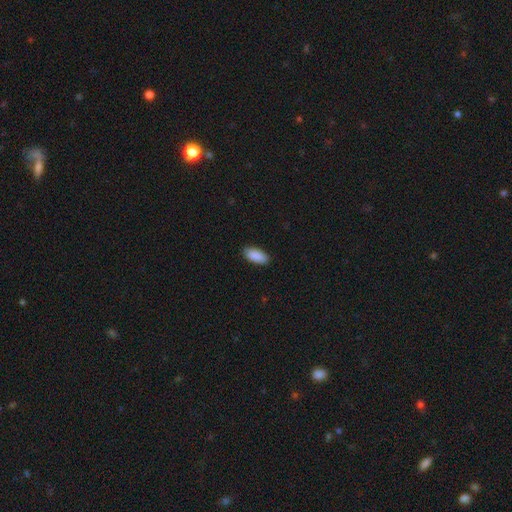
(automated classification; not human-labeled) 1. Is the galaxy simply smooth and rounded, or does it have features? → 91% smooth, 6% star or artifact, 3% featured or disk.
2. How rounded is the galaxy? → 91% in between, 8% cigar-shaped, 2% round.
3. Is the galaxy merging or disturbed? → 89% none, 9% minor disturbance, 2% major disturbance, 1% merger.